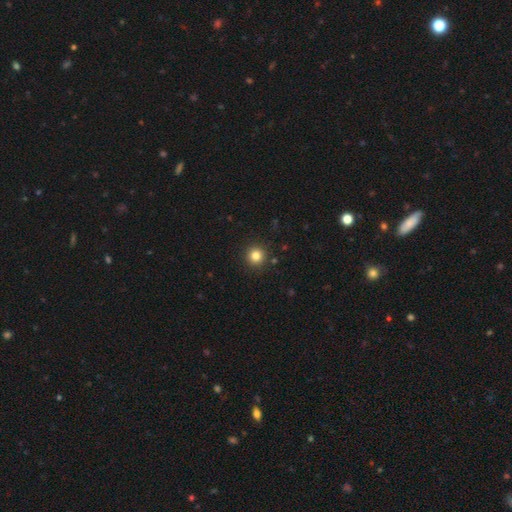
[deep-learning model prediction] Morphology: type=smooth (82%); roundness=round (95%); merging=none (91%).